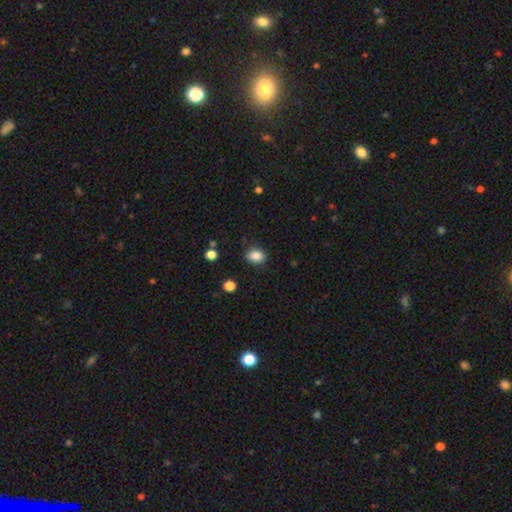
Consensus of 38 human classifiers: Smooth or featured?
  - smooth: 89% *
  - star or artifact: 8%
  - featured or disk: 3%
How rounded?
  - in between: 71% *
  - round: 26%
  - cigar-shaped: 3%
Merging?
  - none: 89% *
  - minor disturbance: 6%
  - major disturbance: 6%
  - merger: 0%